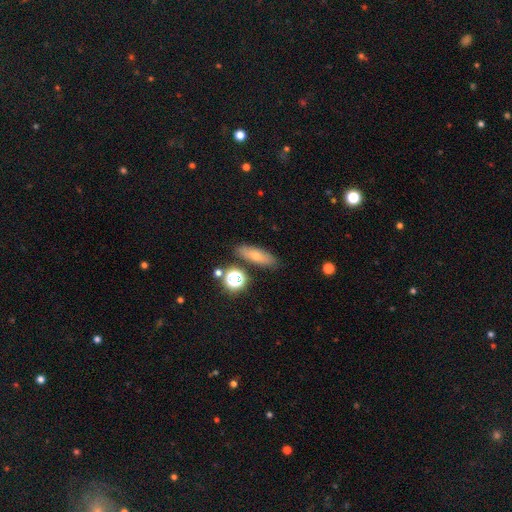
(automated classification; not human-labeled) Smooth or featured?
  - smooth: 57% *
  - featured or disk: 29%
  - star or artifact: 14%
How rounded?
  - cigar-shaped: 46% *
  - in between: 45%
  - round: 8%
Merging?
  - none: 83% *
  - minor disturbance: 10%
  - merger: 4%
  - major disturbance: 3%